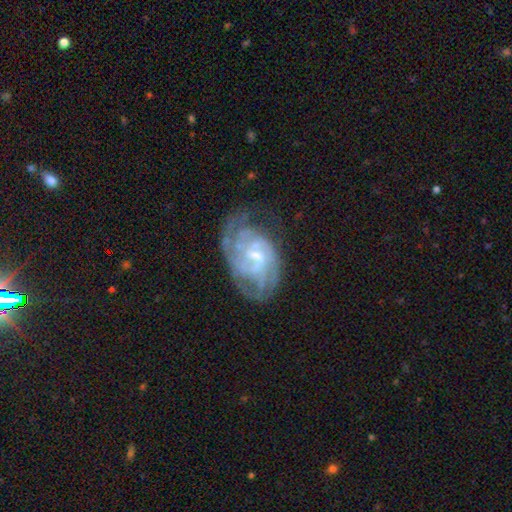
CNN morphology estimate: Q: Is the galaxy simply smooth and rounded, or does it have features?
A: featured or disk — 85%.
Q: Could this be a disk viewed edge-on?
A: no — 97%.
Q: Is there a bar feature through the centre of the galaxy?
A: weak — 51%.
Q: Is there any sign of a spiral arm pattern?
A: yes — 94%.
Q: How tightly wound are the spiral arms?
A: tight — 58%.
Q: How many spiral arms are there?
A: can't tell — 35%.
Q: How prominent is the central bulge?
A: small — 63%.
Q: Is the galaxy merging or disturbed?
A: none — 61%.